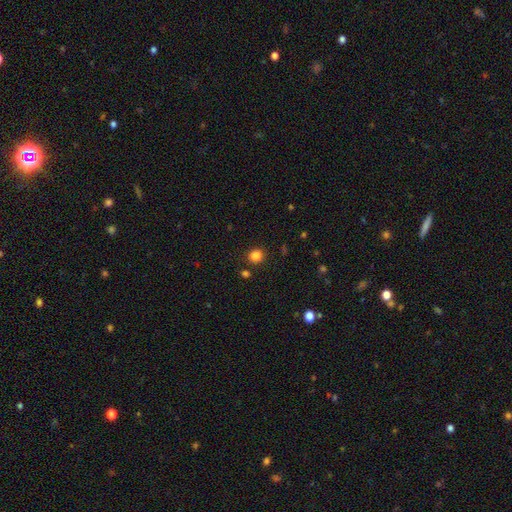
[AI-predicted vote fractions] Smooth or featured: smooth — 84% (star or artifact — 13%)
How rounded: round — 85% (in between — 14%)
Merging: none — 87% (minor disturbance — 7%)